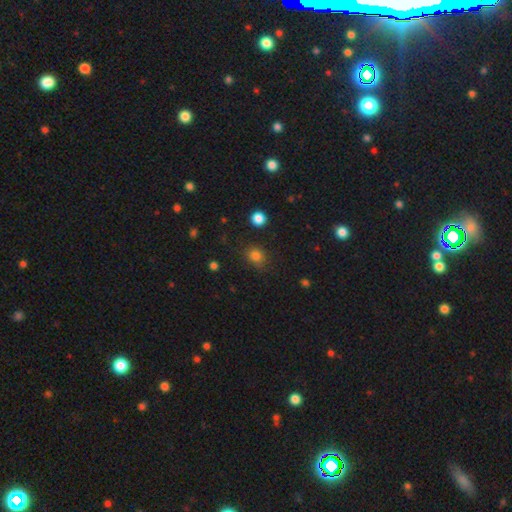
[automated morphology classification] The model was most divided on "how rounded": round: 68%, in between: 31%, cigar-shaped: 1%. More confident: smooth or featured — smooth (81%); merging — none (78%).